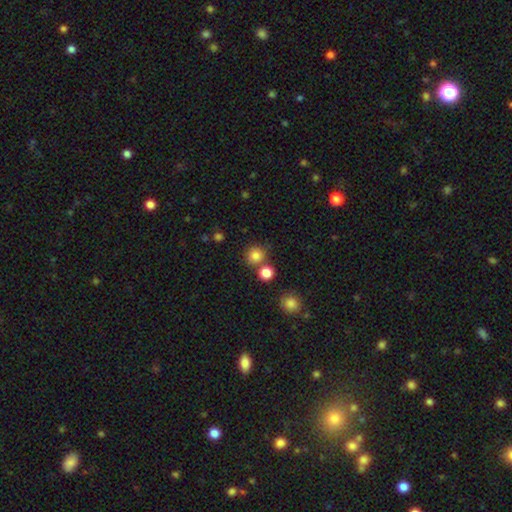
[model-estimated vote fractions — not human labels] A smooth galaxy with no disk features (82%) that is round (90%). Merging: none (73%).